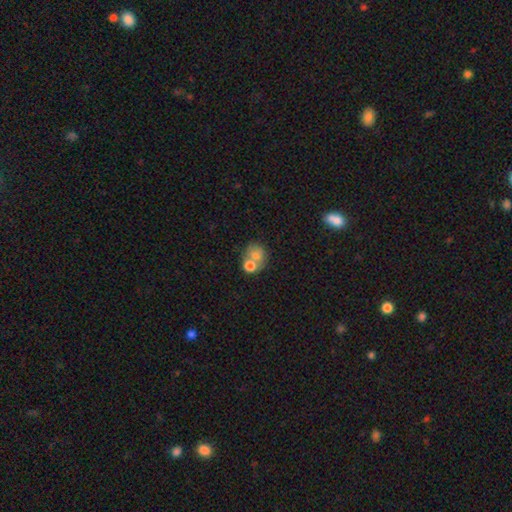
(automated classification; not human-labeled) This is likely a smooth galaxy (72%). How rounded: likely round (71%). Merging: possibly merger (46%).